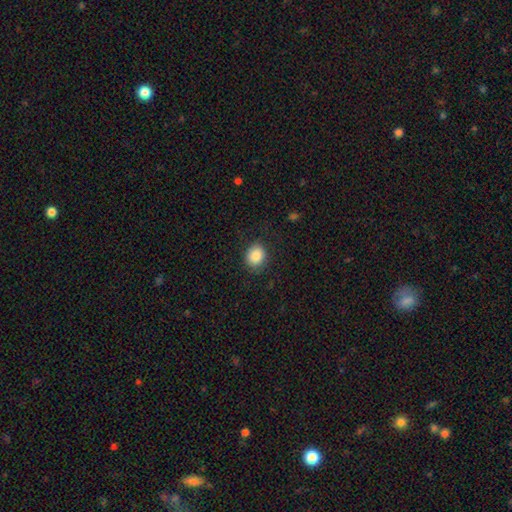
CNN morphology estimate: A smooth galaxy with no disk features (87%) that is round (66%).

Vote fractions:
- Smooth or featured? smooth: 87% / star or artifact: 9% / featured or disk: 5%
- How rounded? round: 66% / in between: 33% / cigar-shaped: 1%
- Merging? none: 84% / minor disturbance: 11% / major disturbance: 4% / merger: 1%